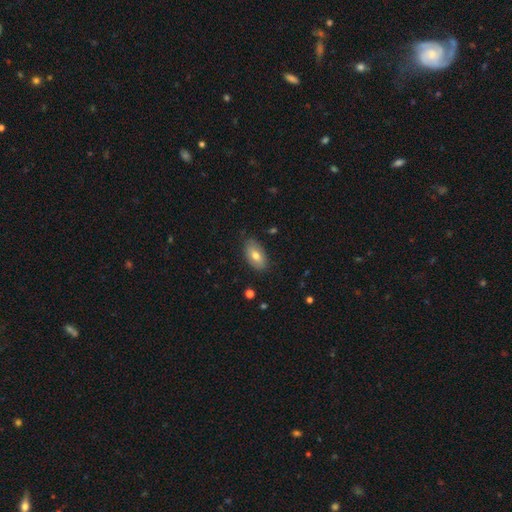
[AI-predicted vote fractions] Smooth or featured? Predicted: smooth (p=0.71). How rounded? Predicted: in between (p=0.93). Merging? Predicted: none (p=0.82).